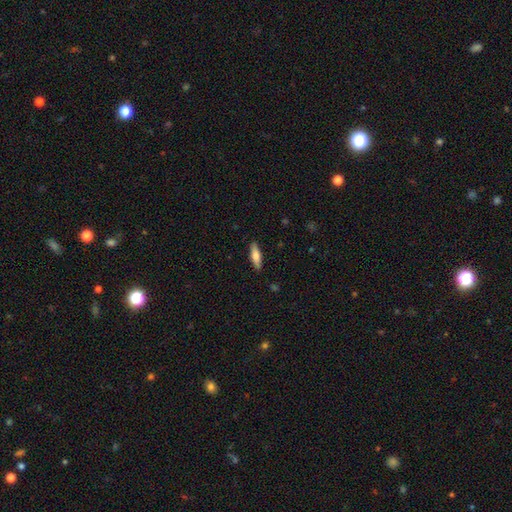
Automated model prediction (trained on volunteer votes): Q: Smooth or featured?
A: smooth (64%); runner-up: featured or disk (30%)
Q: How rounded?
A: cigar-shaped (53%); runner-up: in between (44%)
Q: Merging?
A: none (88%); runner-up: minor disturbance (9%)